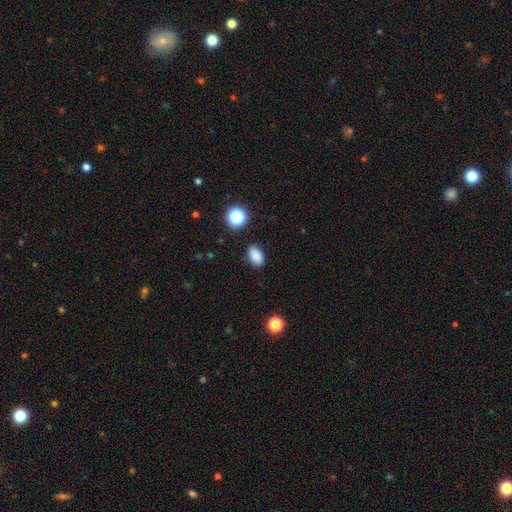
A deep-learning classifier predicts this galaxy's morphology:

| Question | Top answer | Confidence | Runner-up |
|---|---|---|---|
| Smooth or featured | smooth | 86% | star or artifact (10%) |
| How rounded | in between | 88% | round (10%) |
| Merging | none | 86% | minor disturbance (10%) |